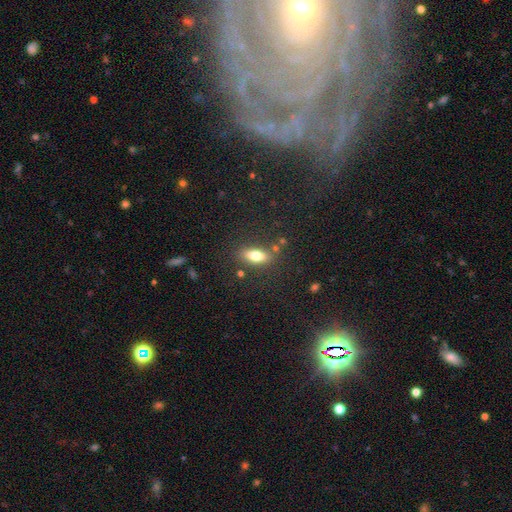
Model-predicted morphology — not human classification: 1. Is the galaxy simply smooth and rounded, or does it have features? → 72% smooth, 19% featured or disk, 9% star or artifact.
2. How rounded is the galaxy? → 72% in between, 23% cigar-shaped, 5% round.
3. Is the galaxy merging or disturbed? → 80% none, 12% minor disturbance, 4% merger, 4% major disturbance.